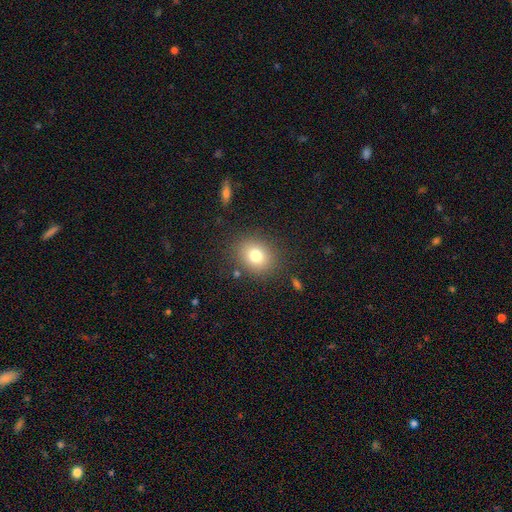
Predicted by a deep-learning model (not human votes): This appears to be a smooth galaxy with no disk features (78%) that is round (61%). Merging: none (84%).